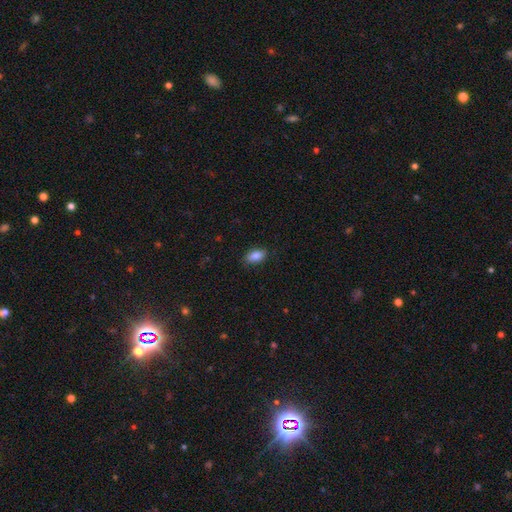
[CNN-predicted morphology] Smooth or featured?
  - smooth: 87% *
  - star or artifact: 8%
  - featured or disk: 6%
How rounded?
  - in between: 91% *
  - round: 6%
  - cigar-shaped: 3%
Merging?
  - none: 85% *
  - minor disturbance: 11%
  - major disturbance: 2%
  - merger: 1%